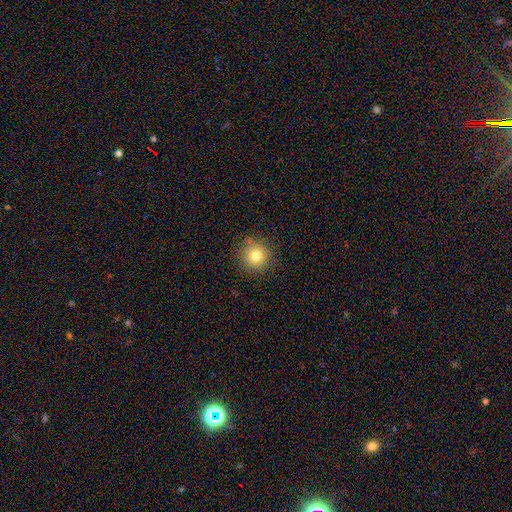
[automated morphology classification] type=smooth (79%); roundness=round (94%); merging=none (88%).